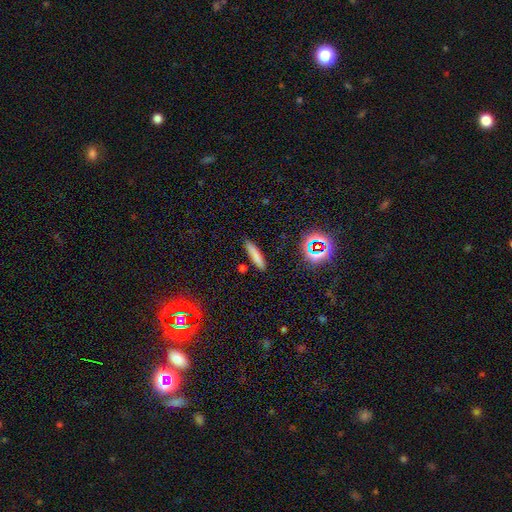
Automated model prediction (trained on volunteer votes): Smooth or featured? Predicted: smooth (p=0.77). How rounded? Predicted: cigar-shaped (p=0.86). Merging? Predicted: none (p=0.85).